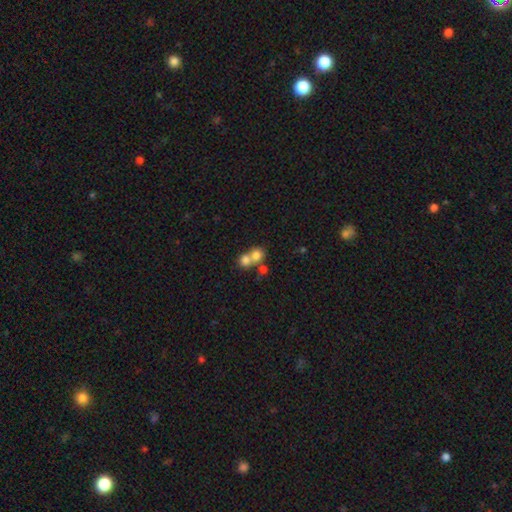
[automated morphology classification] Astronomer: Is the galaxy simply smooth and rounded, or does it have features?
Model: smooth — 75%.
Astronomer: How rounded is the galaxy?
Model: round — 81%.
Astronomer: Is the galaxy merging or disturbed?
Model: merger — 60%.